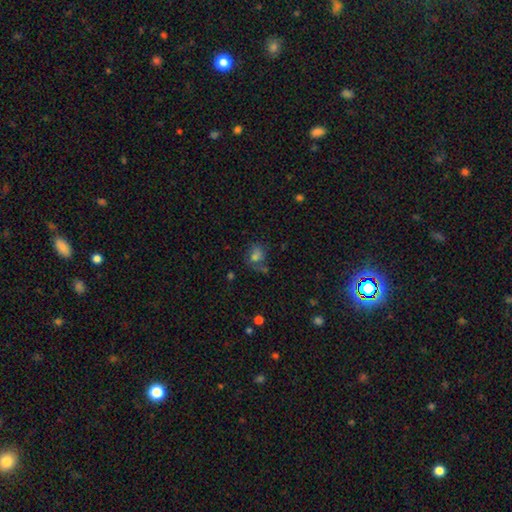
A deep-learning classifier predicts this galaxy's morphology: This appears to be a smooth galaxy with no disk features (57%) that is in between round and cigar-shaped (51%). Merging: none (45%).